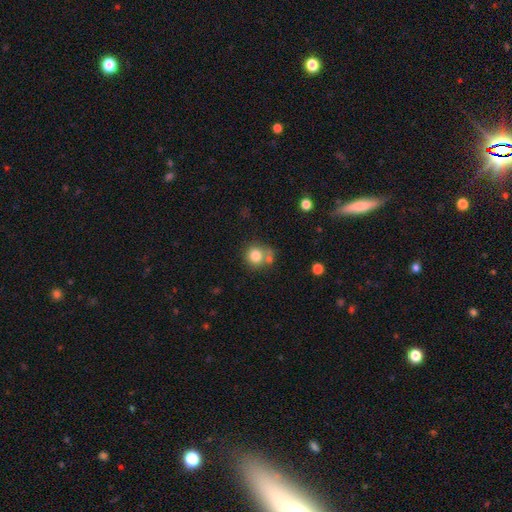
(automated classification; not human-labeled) Smooth or featured? Predicted: smooth (p=0.80). How rounded? Predicted: round (p=0.88). Merging? Predicted: none (p=0.58).